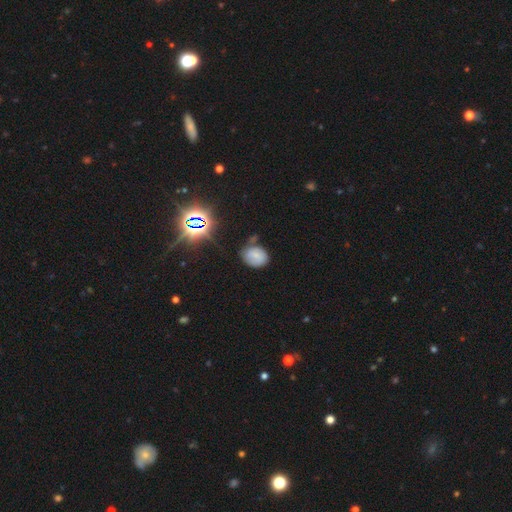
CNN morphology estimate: Overall: smooth (68%). How rounded: in between (56%; round 43%). Merging: none (64%).